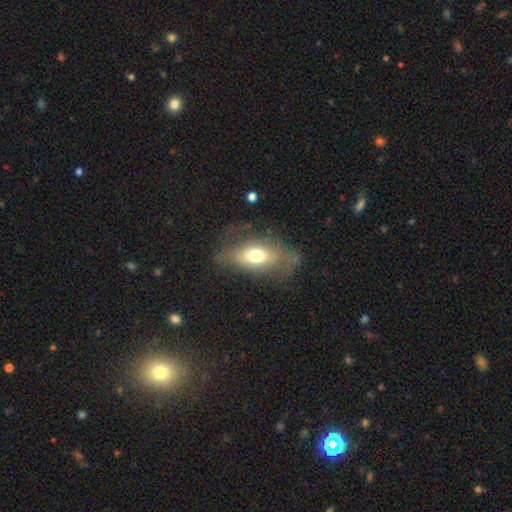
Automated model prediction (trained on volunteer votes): This is possibly a smooth galaxy (59%). How rounded: likely in between (80%). Merging: possibly none (59%).